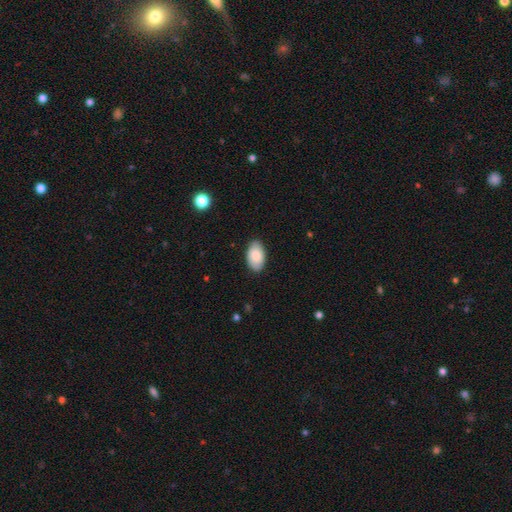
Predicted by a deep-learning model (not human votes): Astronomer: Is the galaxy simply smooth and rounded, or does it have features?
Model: smooth — 85%.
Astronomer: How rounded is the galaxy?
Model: in between — 95%.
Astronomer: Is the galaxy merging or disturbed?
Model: none — 86%.